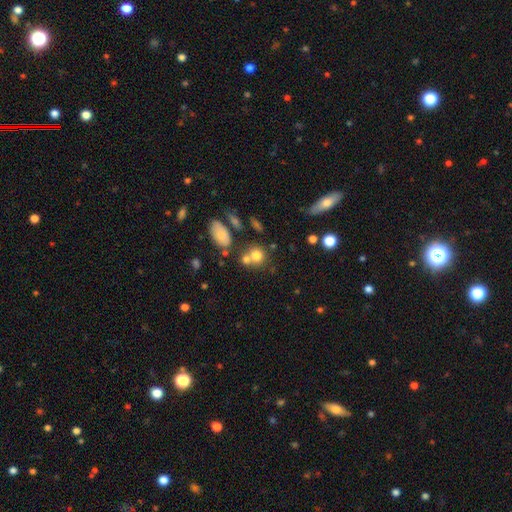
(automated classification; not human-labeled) This appears to be a smooth galaxy with no disk features (75%) that is round (78%). Merging: none (48%).